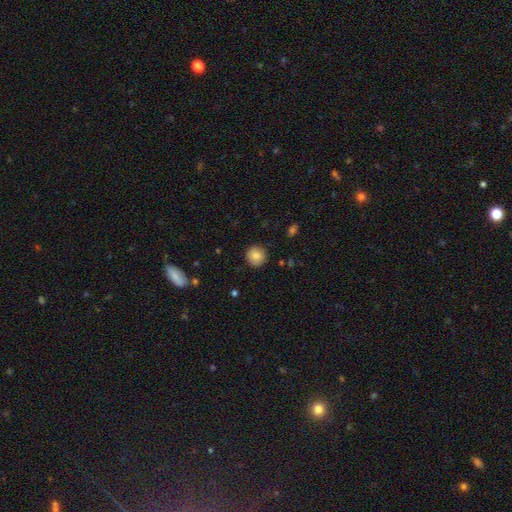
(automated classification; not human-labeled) The model was most divided on "smooth or featured": smooth: 84%, star or artifact: 9%, featured or disk: 7%. More confident: how rounded — round (92%); merging — none (89%).